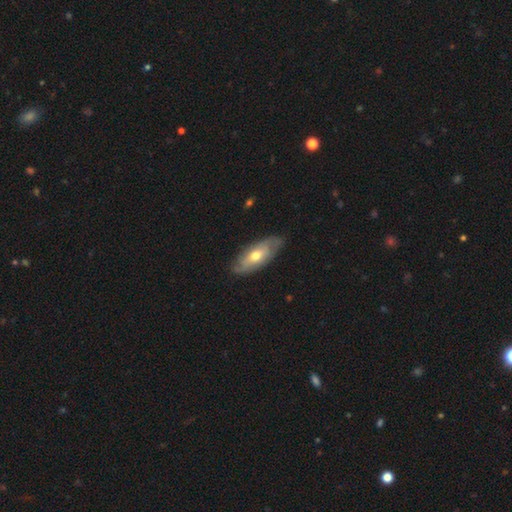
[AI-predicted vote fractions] Overall: featured or disk (49%; smooth 45%). Merging: none (75%).